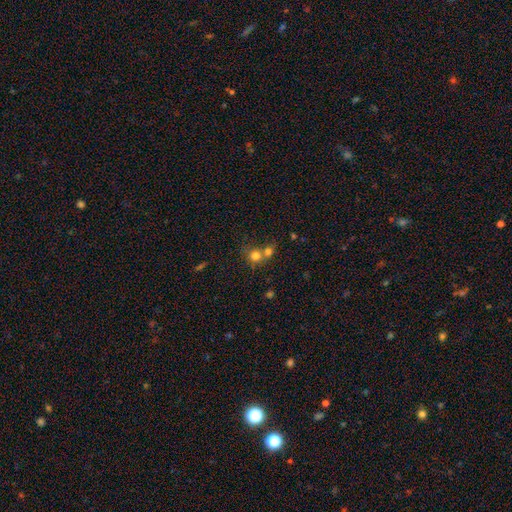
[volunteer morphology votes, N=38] Smooth or featured?
  - smooth: 87% *
  - featured or disk: 11%
  - star or artifact: 3%
How rounded?
  - round: 79% *
  - in between: 21%
  - cigar-shaped: 0%
Merging?
  - merger: 46% *
  - none: 41%
  - minor disturbance: 8%
  - major disturbance: 5%